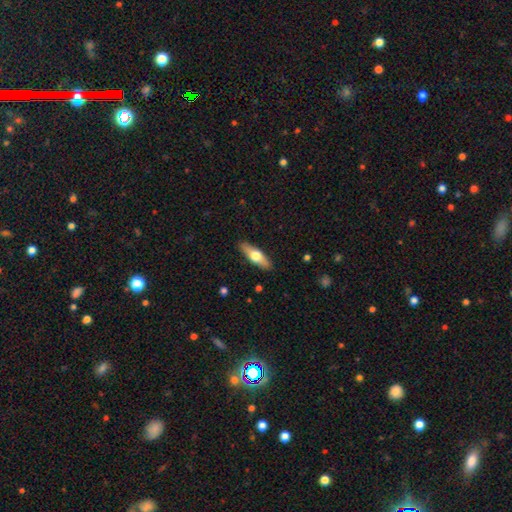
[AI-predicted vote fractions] Morphology: type=smooth (54%); roundness=cigar-shaped (49%); merging=none (90%).